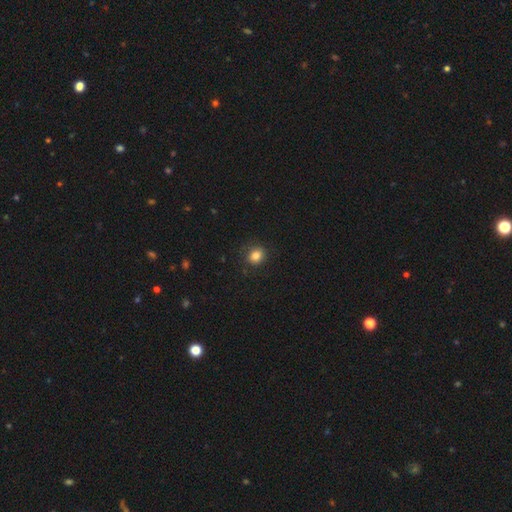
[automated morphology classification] Overall: smooth (83%). How rounded: round (73%). Merging: none (86%).